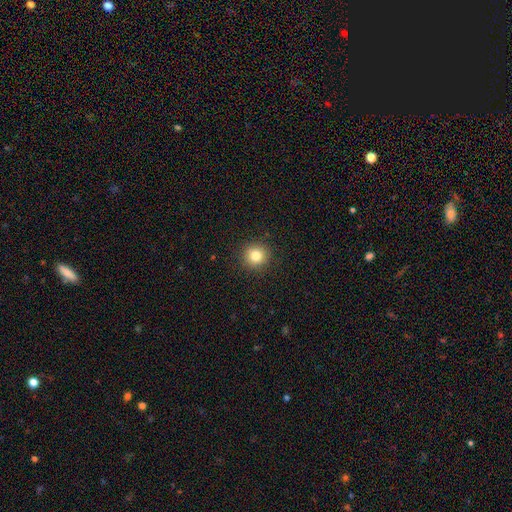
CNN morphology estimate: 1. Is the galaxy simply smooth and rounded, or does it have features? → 82% smooth, 12% star or artifact, 7% featured or disk.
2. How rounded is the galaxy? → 93% round, 6% in between, 1% cigar-shaped.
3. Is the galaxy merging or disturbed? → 92% none, 5% minor disturbance, 2% major disturbance, 1% merger.